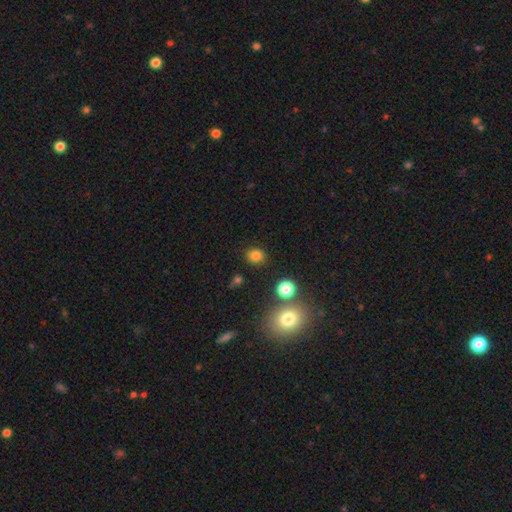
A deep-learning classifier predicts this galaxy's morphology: smooth_or_featured: smooth (p=0.80) [alt: star or artifact p=0.15]
how_rounded: round (p=0.69) [alt: in between p=0.30]
merging: none (p=0.85) [alt: minor disturbance p=0.08]